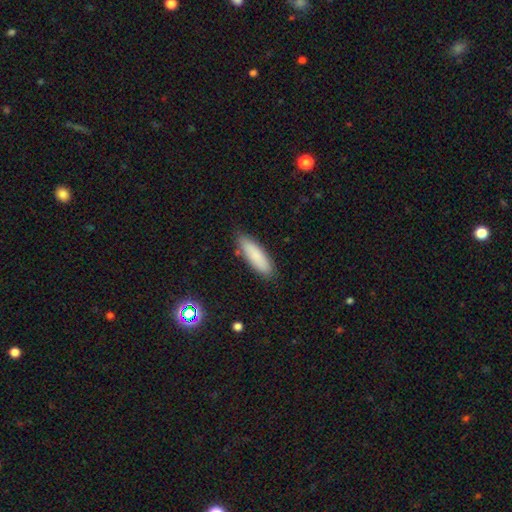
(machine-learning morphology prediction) Overall: smooth (83%). How rounded: cigar-shaped (60%; in between 39%). Merging: none (85%).